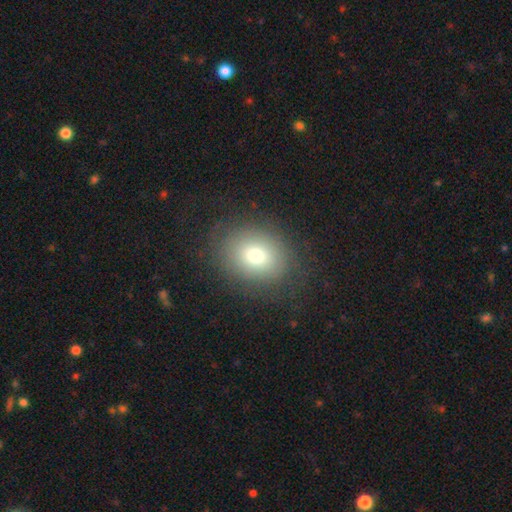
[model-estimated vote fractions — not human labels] smooth-or-featured: smooth: 73% | featured or disk: 15% | star or artifact: 13%
  how-rounded: round: 53% | in between: 46% | cigar-shaped: 1%
  merging: none: 80% | minor disturbance: 12% | major disturbance: 7% | merger: 1%